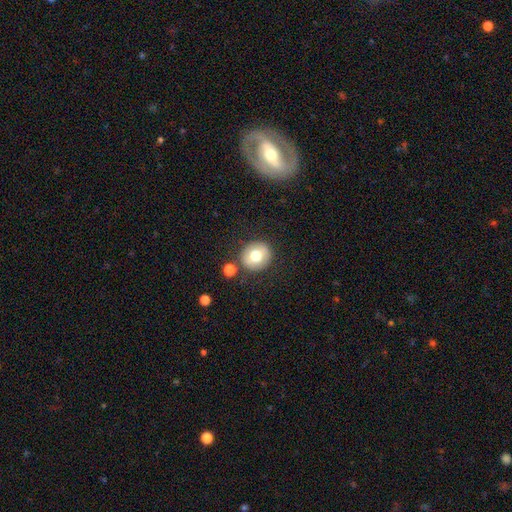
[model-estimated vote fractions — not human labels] The model was most divided on "smooth or featured": smooth: 70%, featured or disk: 20%, star or artifact: 9%. More confident: how rounded — round (83%); merging — none (81%).